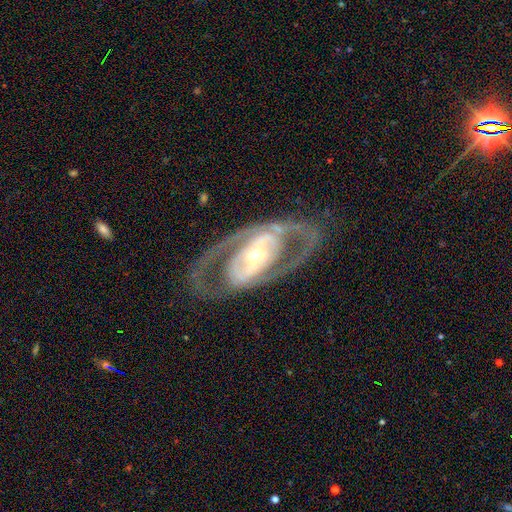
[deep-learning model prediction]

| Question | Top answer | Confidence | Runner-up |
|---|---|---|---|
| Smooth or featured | featured or disk | 86% | smooth (9%) |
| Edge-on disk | no | 93% | yes (7%) |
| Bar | strong | 39% | no (33%) |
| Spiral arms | yes | 69% | no (31%) |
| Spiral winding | medium | 44% | tight (38%) |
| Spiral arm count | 2 | 80% | can't tell (12%) |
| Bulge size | moderate | 49% | small (43%) |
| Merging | none | 73% | major disturbance (13%) |